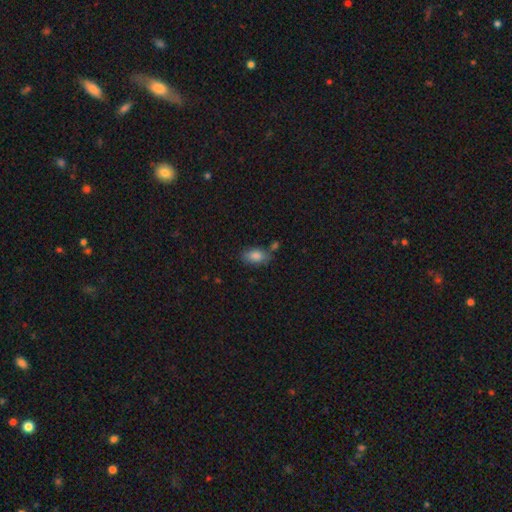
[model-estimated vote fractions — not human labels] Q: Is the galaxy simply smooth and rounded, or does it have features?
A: smooth — 85%.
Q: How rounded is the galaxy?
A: in between — 90%.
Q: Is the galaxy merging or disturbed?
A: none — 63%.